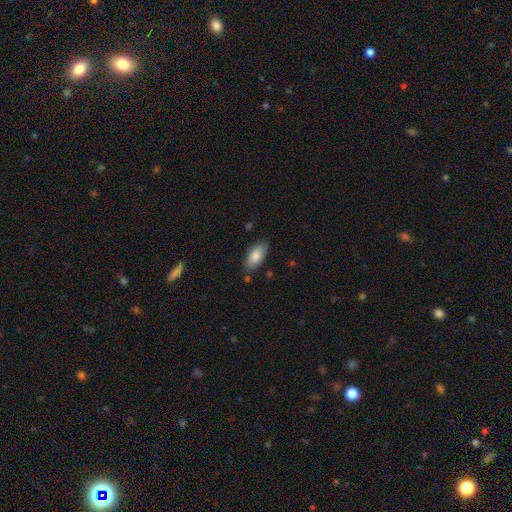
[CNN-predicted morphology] Smooth or featured? Predicted: smooth (p=0.83). How rounded? Predicted: in between (p=0.92). Merging? Predicted: none (p=0.81).